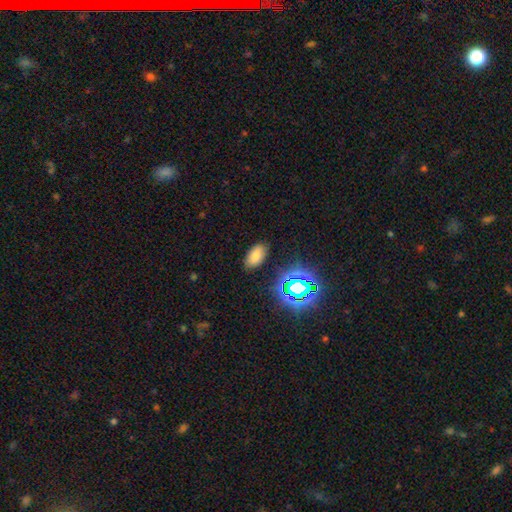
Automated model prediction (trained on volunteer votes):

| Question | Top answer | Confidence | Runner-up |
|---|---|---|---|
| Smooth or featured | smooth | 71% | star or artifact (20%) |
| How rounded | in between | 93% | round (5%) |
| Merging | none | 85% | minor disturbance (11%) |